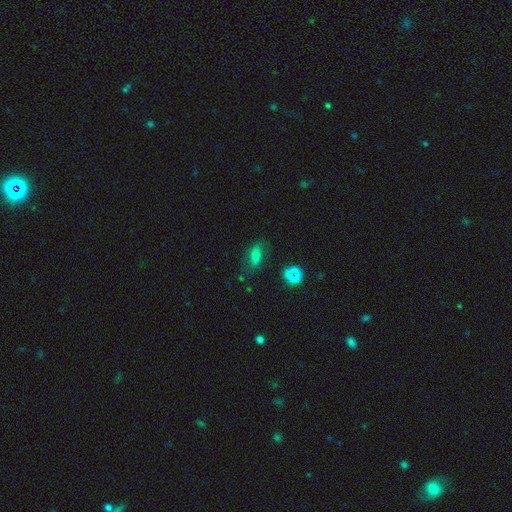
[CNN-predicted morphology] A smooth galaxy with no disk features (59%) that is in between round and cigar-shaped (78%).

Vote fractions:
- Smooth or featured? smooth: 59% / featured or disk: 25% / star or artifact: 17%
- How rounded? in between: 78% / round: 11% / cigar-shaped: 10%
- Merging? none: 64% / minor disturbance: 22% / major disturbance: 11% / merger: 3%